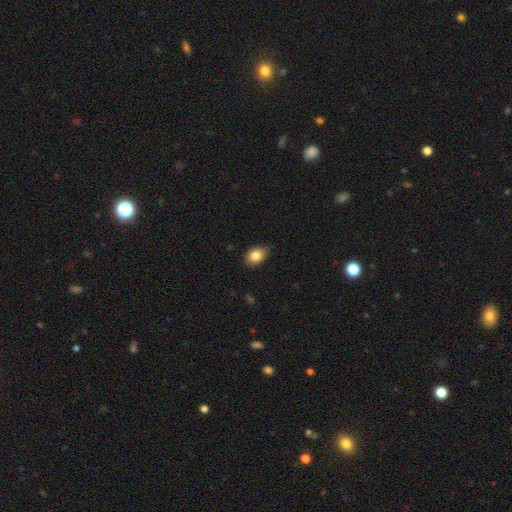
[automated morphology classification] This appears to be a smooth galaxy with no disk features (84%) that is in between round and cigar-shaped (79%). Merging: none (79%).